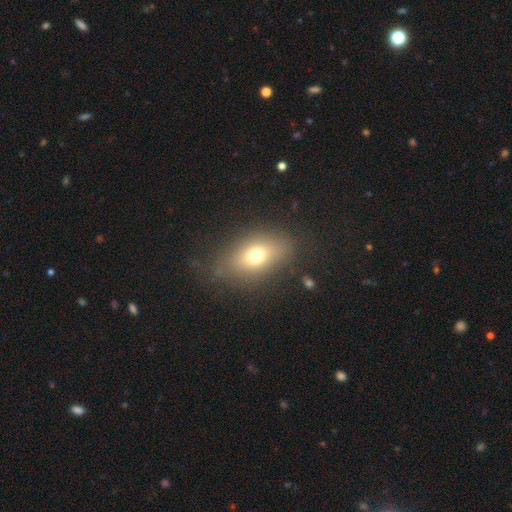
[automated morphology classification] Overall: smooth (69%). How rounded: in between (78%). Merging: none (72%).